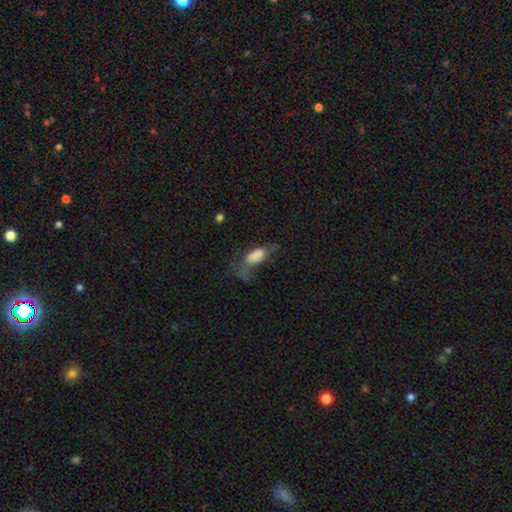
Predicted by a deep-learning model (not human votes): smooth 67%, featured or disk 23%, star or artifact 10%. Down the decision tree: how rounded — in between (81%); merging — major disturbance (47%).